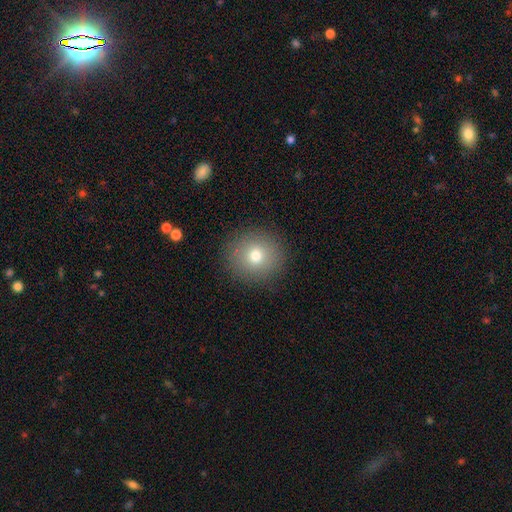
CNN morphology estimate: Smooth or featured? Predicted: smooth (p=0.75). How rounded? Predicted: round (p=0.93). Merging? Predicted: none (p=0.90).